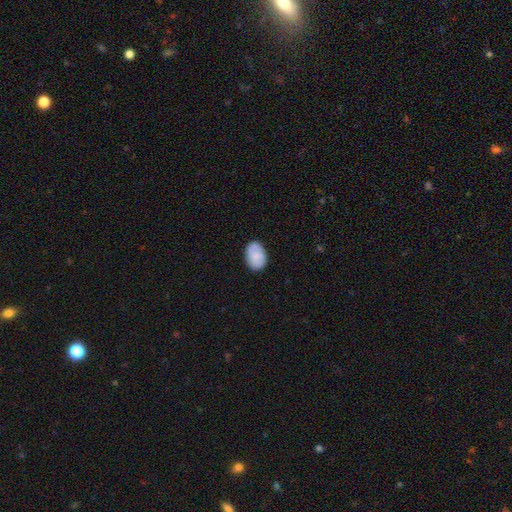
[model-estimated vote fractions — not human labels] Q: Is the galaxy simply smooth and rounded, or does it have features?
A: smooth — 81%.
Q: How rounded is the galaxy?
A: in between — 85%.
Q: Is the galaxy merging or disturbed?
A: none — 81%.